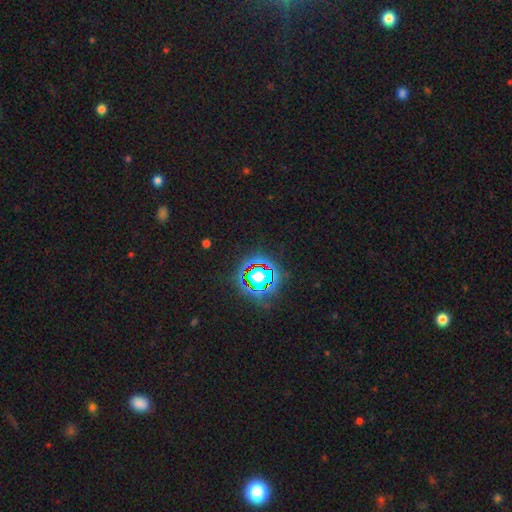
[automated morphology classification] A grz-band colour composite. It shows a star or artifact, not a galaxy (78%).